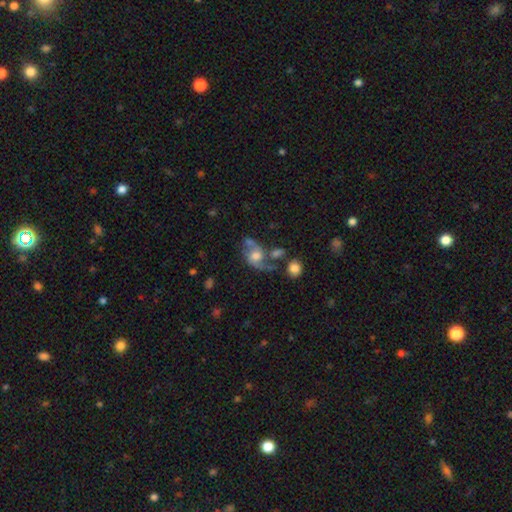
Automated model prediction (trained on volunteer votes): Morphology: type=featured or disk (66%); edge-on=no (96%); bar=no (68%); spiral arms=yes (86%); winding=loose (56%); arm count=2 (86%); bulge=moderate (57%); merging=none (42%).